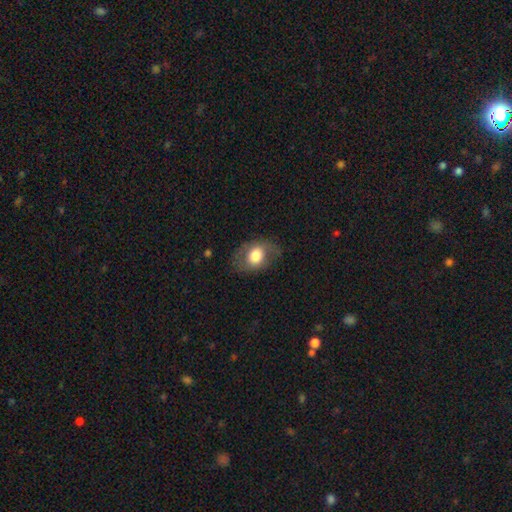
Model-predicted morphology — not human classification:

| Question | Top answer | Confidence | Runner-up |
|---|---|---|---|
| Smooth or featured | smooth | 64% | featured or disk (29%) |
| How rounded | in between | 70% | round (29%) |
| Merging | none | 68% | minor disturbance (20%) |